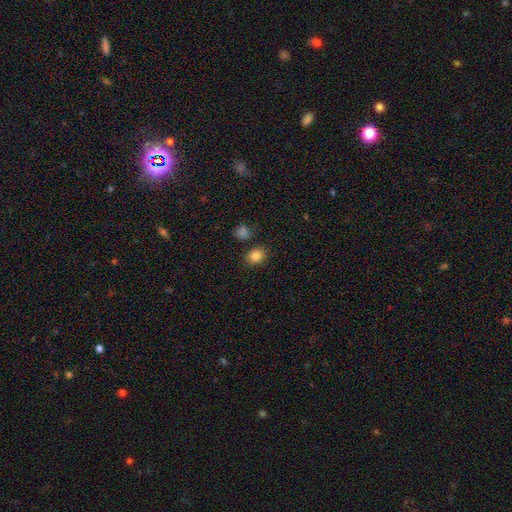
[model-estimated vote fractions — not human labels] The model was most divided on "how rounded": round: 62%, in between: 37%, cigar-shaped: 1%. More confident: smooth or featured — smooth (85%); merging — none (83%).